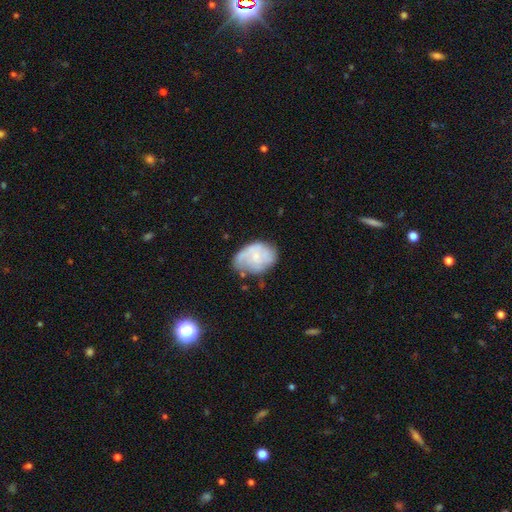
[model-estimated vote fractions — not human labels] Smooth or featured?
  - featured or disk: 58% *
  - smooth: 35%
  - star or artifact: 7%
Edge-on disk?
  - no: 97% *
  - yes: 3%
Bar?
  - no: 77% *
  - weak: 21%
  - strong: 3%
Spiral arms?
  - yes: 66% *
  - no: 34%
Bulge size?
  - small: 60% *
  - moderate: 23%
  - none: 14%
  - large: 2%
  - dominant: 1%
Merging?
  - none: 48% *
  - minor disturbance: 31%
  - major disturbance: 16%
  - merger: 4%